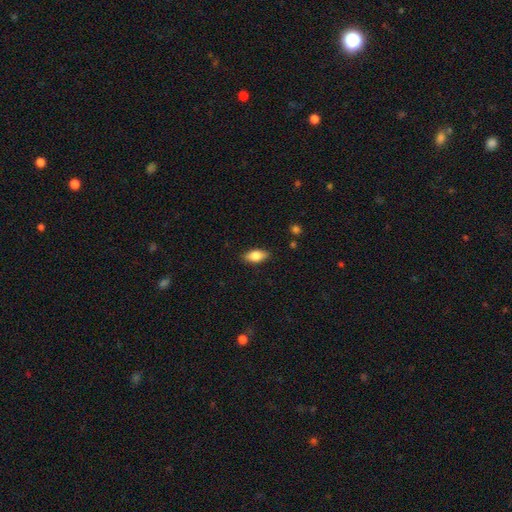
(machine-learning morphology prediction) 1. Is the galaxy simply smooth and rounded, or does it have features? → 76% smooth, 17% featured or disk, 7% star or artifact.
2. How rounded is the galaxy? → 87% in between, 9% cigar-shaped, 4% round.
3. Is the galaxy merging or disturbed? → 86% none, 10% minor disturbance, 2% major disturbance, 1% merger.